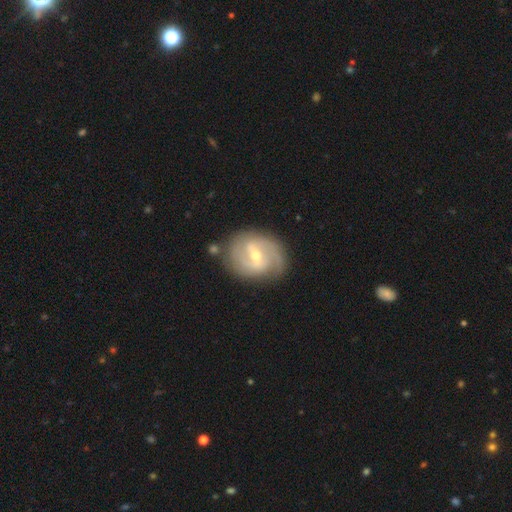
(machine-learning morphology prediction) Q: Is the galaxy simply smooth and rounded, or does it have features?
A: featured or disk — 84%.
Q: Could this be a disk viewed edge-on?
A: no — 97%.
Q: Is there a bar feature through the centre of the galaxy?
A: weak — 51%.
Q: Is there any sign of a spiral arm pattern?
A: yes — 94%.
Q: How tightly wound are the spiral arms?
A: medium — 46%.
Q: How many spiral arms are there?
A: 2 — 73%.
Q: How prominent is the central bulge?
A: moderate — 52%.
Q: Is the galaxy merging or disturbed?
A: none — 78%.